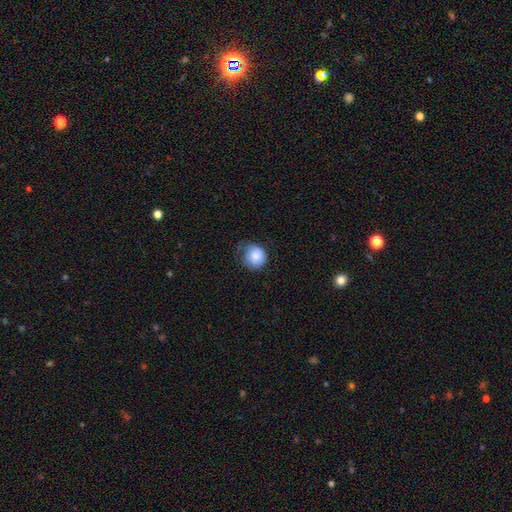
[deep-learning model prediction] This appears to be a smooth galaxy with no disk features (82%) that is round (84%). Merging: none (47%).